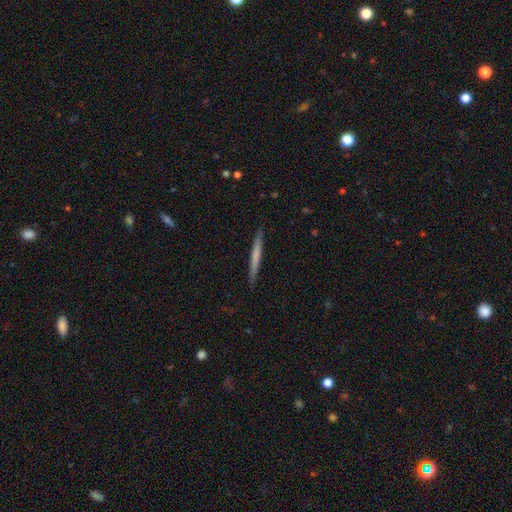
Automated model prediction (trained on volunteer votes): Smooth or featured? smooth (61%)
How rounded? cigar-shaped (97%)
Merging? none (91%)